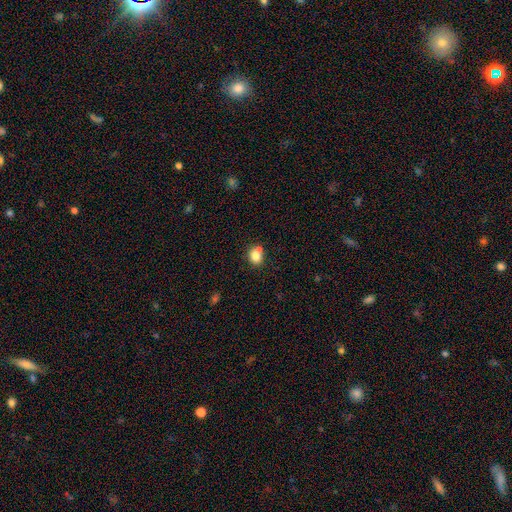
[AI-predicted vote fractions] Morphology: type=smooth (80%); roundness=round (67%); merging=none (56%).